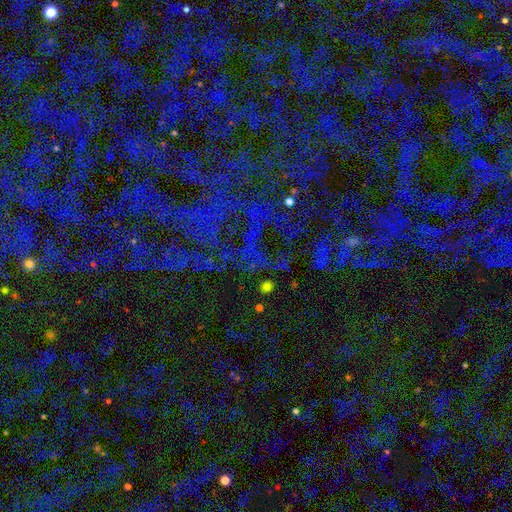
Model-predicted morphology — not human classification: Smooth or featured? Predicted: star or artifact (p=0.78).